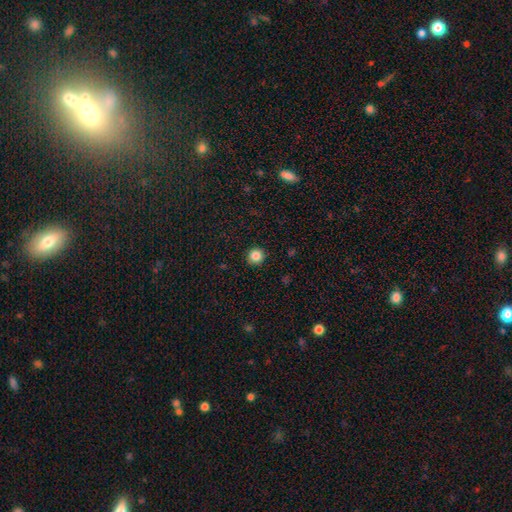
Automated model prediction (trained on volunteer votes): Morphology: type=smooth (85%); roundness=round (92%); merging=none (92%).